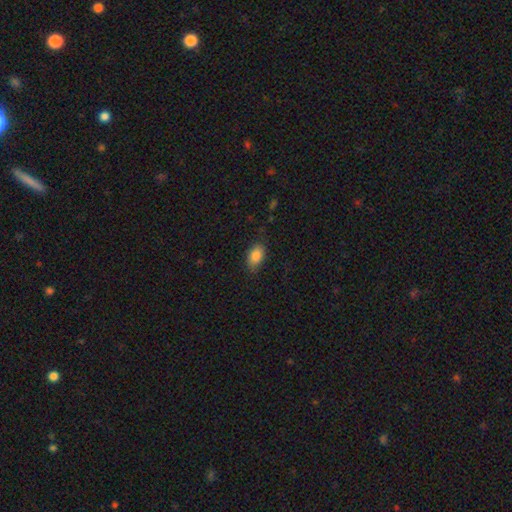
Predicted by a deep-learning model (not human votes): Smooth or featured? smooth (86%)
How rounded? in between (91%)
Merging? none (80%)